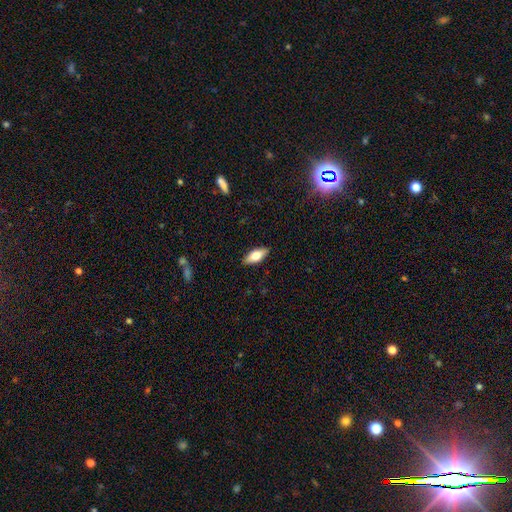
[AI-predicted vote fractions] This appears to be a smooth galaxy with no disk features (66%) that is in between round and cigar-shaped (76%). Merging: none (88%).